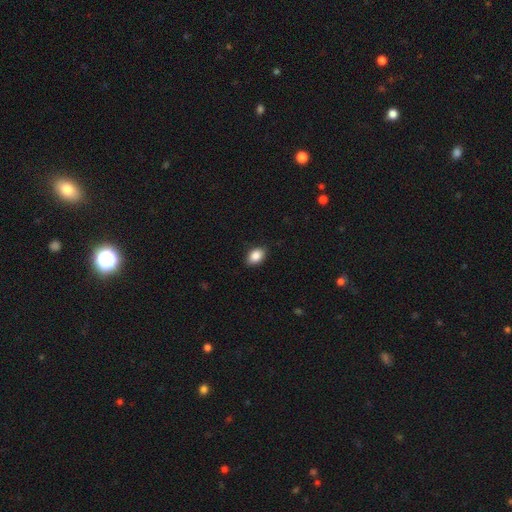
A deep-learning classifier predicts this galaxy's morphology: Smooth or featured?
  - smooth: 88% *
  - star or artifact: 8%
  - featured or disk: 5%
How rounded?
  - in between: 83% *
  - round: 15%
  - cigar-shaped: 1%
Merging?
  - none: 88% *
  - minor disturbance: 9%
  - major disturbance: 2%
  - merger: 1%